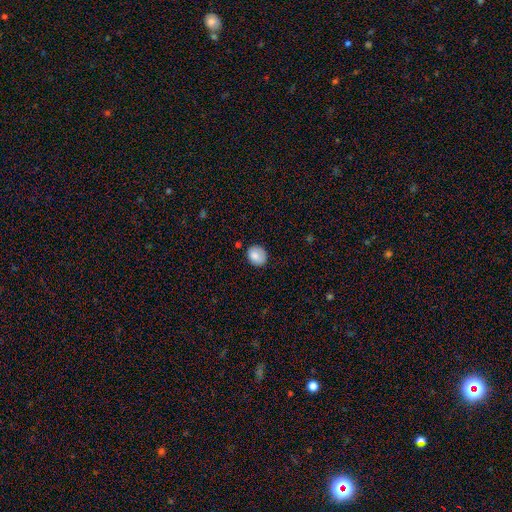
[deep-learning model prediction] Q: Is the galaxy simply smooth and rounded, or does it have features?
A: smooth — 82%.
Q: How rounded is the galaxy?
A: round — 63%.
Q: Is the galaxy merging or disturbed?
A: none — 76%.